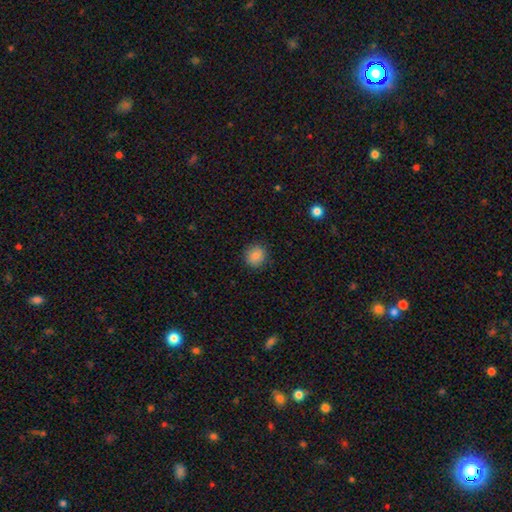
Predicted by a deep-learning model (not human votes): This is clearly a smooth galaxy (85%). How rounded: clearly round (89%). Merging: clearly none (89%).